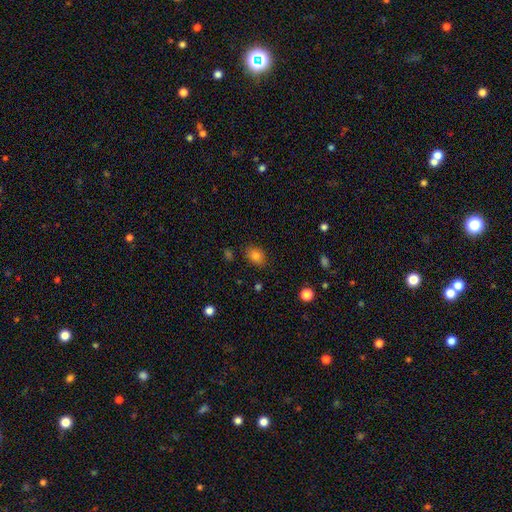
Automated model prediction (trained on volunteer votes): Overall: smooth (80%). How rounded: in between (68%; round 31%). Merging: none (81%).